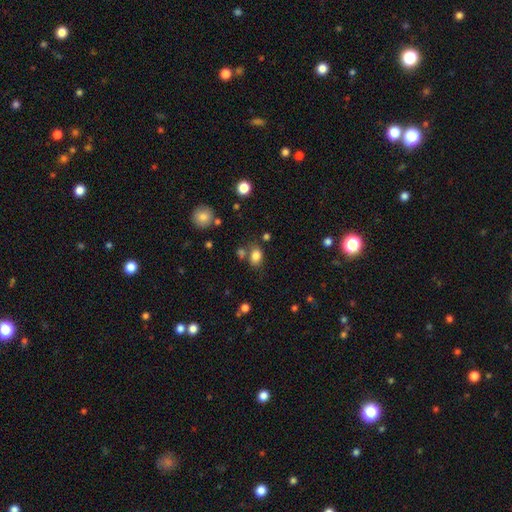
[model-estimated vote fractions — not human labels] Smooth or featured: smooth — 82% (star or artifact — 11%)
How rounded: in between — 71% (round — 28%)
Merging: none — 64% (minor disturbance — 16%)